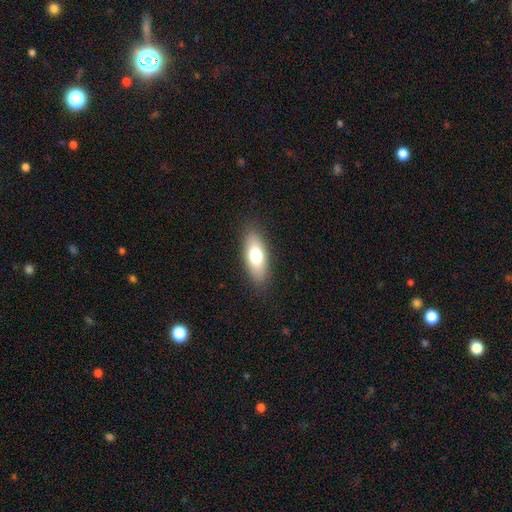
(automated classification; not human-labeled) smooth_or_featured: smooth (p=0.71) [alt: featured or disk p=0.21]
how_rounded: in between (p=0.75) [alt: cigar-shaped p=0.22]
merging: none (p=0.86) [alt: minor disturbance p=0.10]